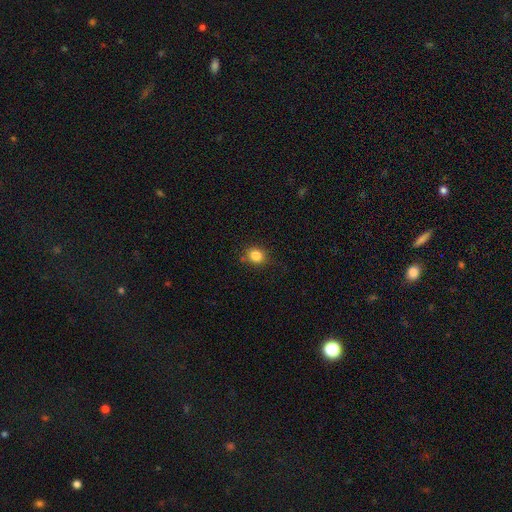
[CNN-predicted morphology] smooth 84%, star or artifact 11%, featured or disk 5%. Down the decision tree: how rounded — round (75%); merging — none (79%).